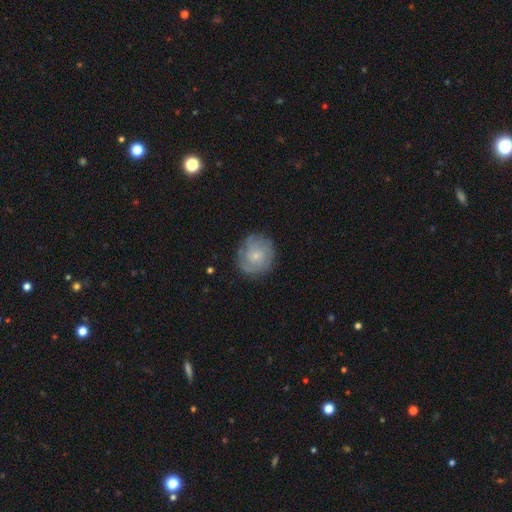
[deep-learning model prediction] This is likely a featured or disk galaxy (72%). It is clearly not viewed edge-on (98%). Bar: likely no (78%). Spiral arm pattern: clearly yes (93%). Spiral arm count: marginally can't tell (33%). Spiral winding: likely tight (70%). Central bulge: likely small (75%). Merging: clearly none (82%).